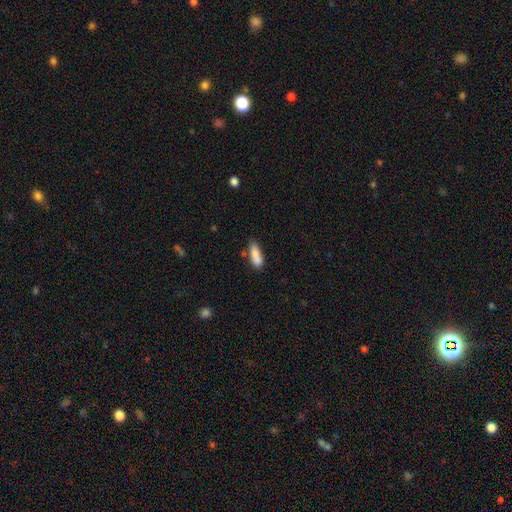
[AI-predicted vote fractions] Morphology: type=smooth (85%); roundness=in between (61%); merging=none (65%).